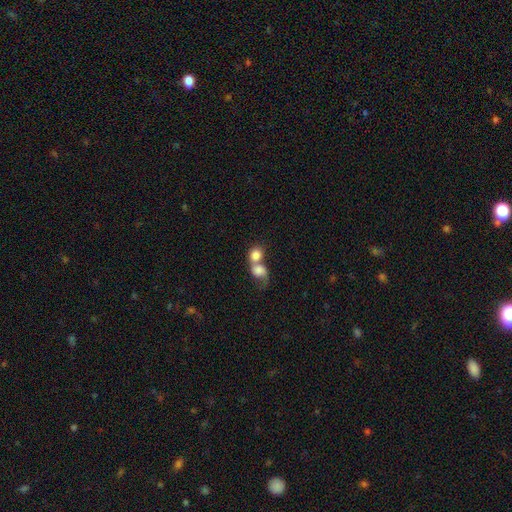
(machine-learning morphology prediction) This appears to be a smooth galaxy with no disk features (76%) that is round (63%). Merging: merger (76%).